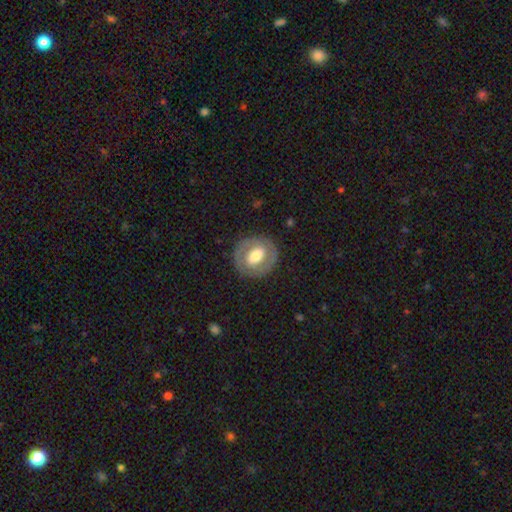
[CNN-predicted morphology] The model was most divided on "smooth or featured": featured or disk: 49%, smooth: 45%, star or artifact: 6%. More confident: merging — none (83%).